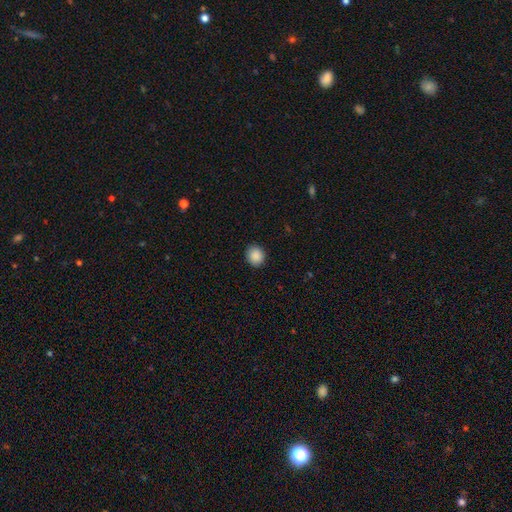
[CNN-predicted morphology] The model was most divided on "how rounded": round: 81%, in between: 18%, cigar-shaped: 1%. More confident: merging — none (90%); smooth or featured — smooth (89%).